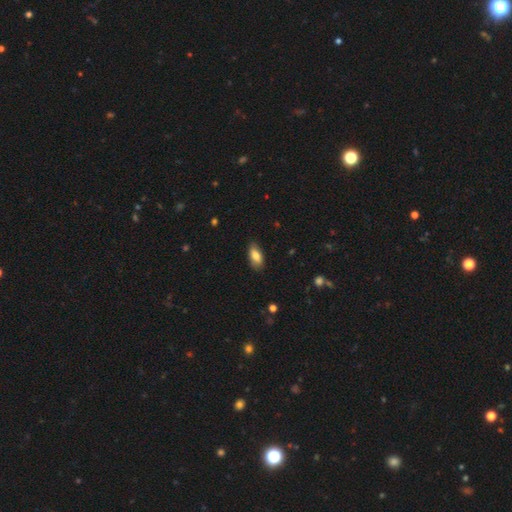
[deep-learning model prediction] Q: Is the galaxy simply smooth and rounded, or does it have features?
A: smooth — 82%.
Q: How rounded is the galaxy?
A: in between — 88%.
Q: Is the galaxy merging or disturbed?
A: none — 80%.